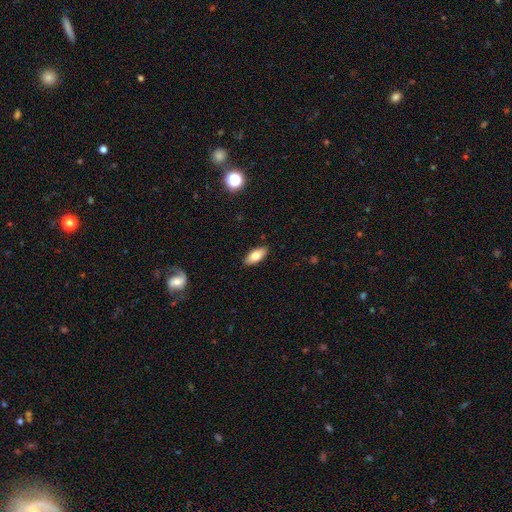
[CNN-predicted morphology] Q: Smooth or featured?
A: smooth (78%); runner-up: featured or disk (15%)
Q: How rounded?
A: in between (87%); runner-up: cigar-shaped (11%)
Q: Merging?
A: none (89%); runner-up: minor disturbance (8%)